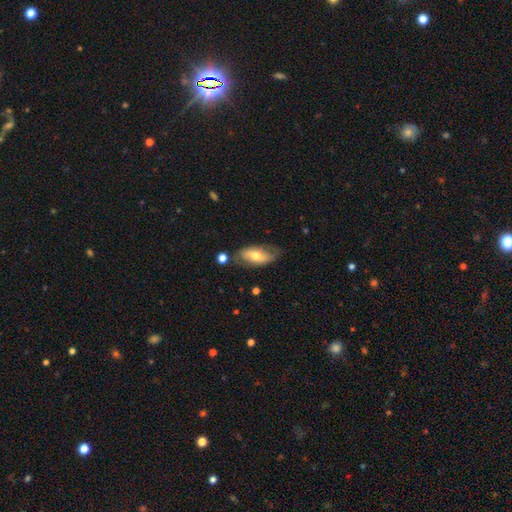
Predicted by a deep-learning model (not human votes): Smooth or featured?
  - smooth: 52% *
  - featured or disk: 42%
  - star or artifact: 6%
How rounded?
  - in between: 90% *
  - cigar-shaped: 6%
  - round: 4%
Merging?
  - none: 65% *
  - minor disturbance: 23%
  - major disturbance: 8%
  - merger: 4%